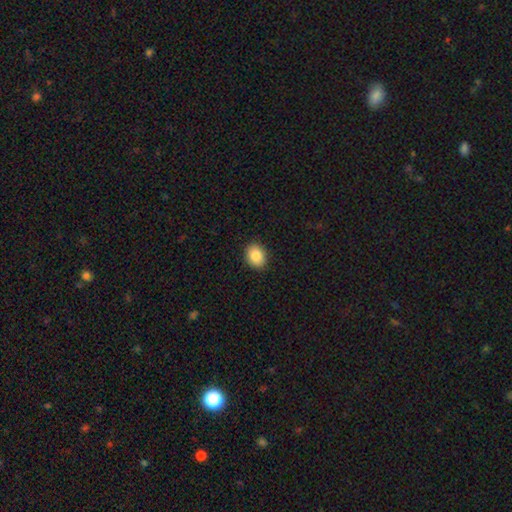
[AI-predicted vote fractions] Morphology: type=smooth (87%); roundness=in between (58%); merging=none (90%).